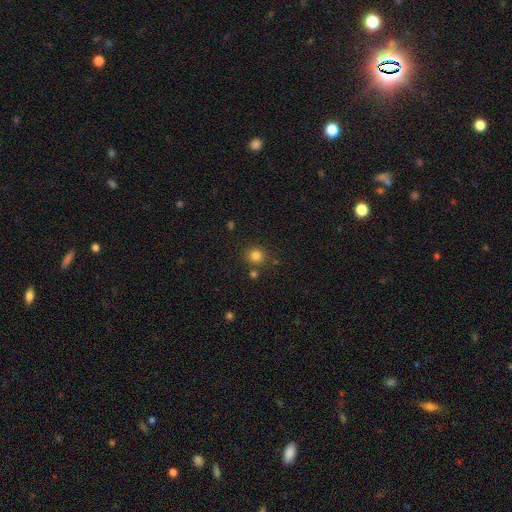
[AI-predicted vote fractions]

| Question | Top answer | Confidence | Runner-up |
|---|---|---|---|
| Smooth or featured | smooth | 82% | star or artifact (13%) |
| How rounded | round | 88% | in between (11%) |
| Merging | none | 81% | minor disturbance (9%) |